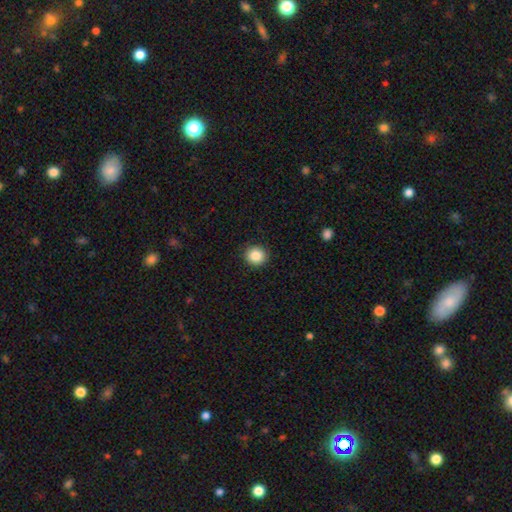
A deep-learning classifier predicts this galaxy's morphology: A smooth galaxy with no disk features (86%) that is round (91%). Merging: none (92%).